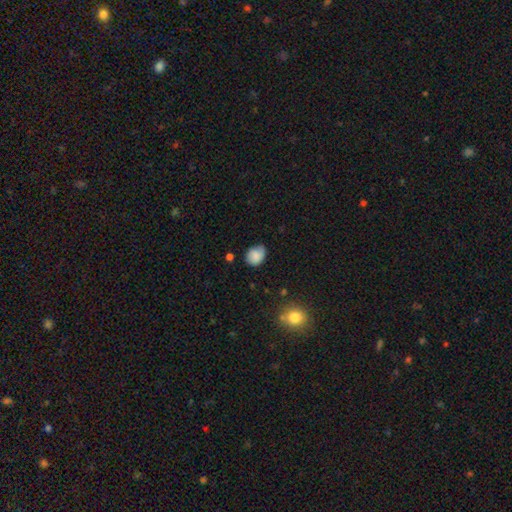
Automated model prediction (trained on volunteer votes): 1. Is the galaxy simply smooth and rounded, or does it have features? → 80% smooth, 11% featured or disk, 9% star or artifact.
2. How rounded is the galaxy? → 52% in between, 47% round, 1% cigar-shaped.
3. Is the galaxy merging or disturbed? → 61% none, 30% minor disturbance, 6% major disturbance, 2% merger.